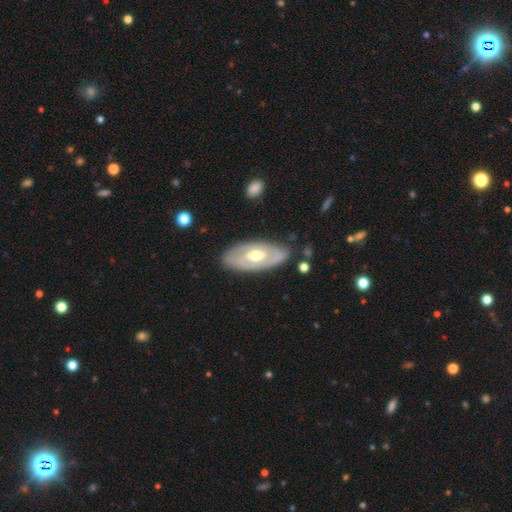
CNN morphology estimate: This appears to be a featured or disk galaxy (71%) with no bar (57%), no spiral arms (52%) and a moderate central bulge (73%). Merging: none (81%).